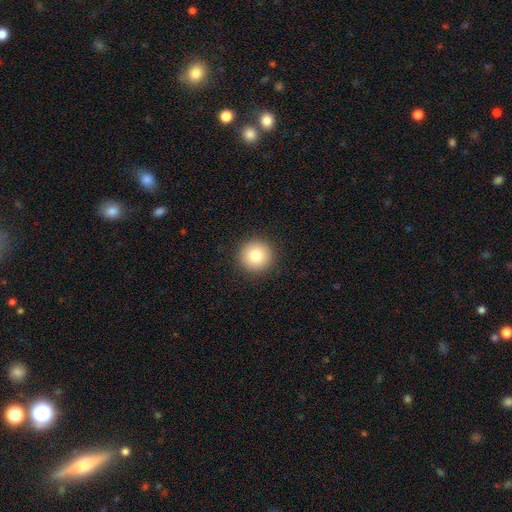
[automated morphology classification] Q: Smooth or featured?
A: smooth (81%); runner-up: star or artifact (10%)
Q: How rounded?
A: round (95%); runner-up: in between (4%)
Q: Merging?
A: none (92%); runner-up: minor disturbance (5%)